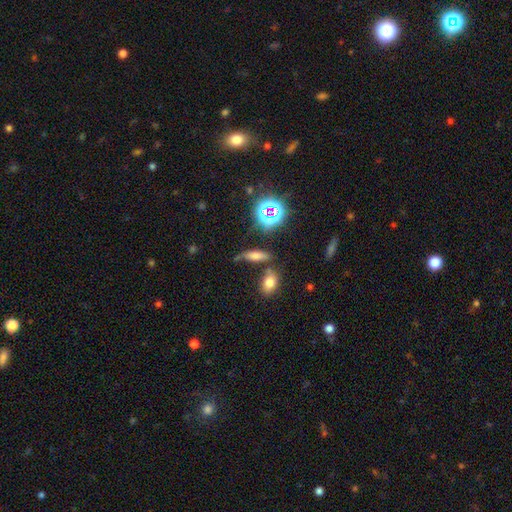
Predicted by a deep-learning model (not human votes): A smooth galaxy with no disk features (60%) that is cigar-shaped (50%).

Vote fractions:
- Smooth or featured? smooth: 60% / star or artifact: 23% / featured or disk: 18%
- How rounded? cigar-shaped: 50% / in between: 43% / round: 8%
- Merging? none: 63% / minor disturbance: 18% / merger: 12% / major disturbance: 7%